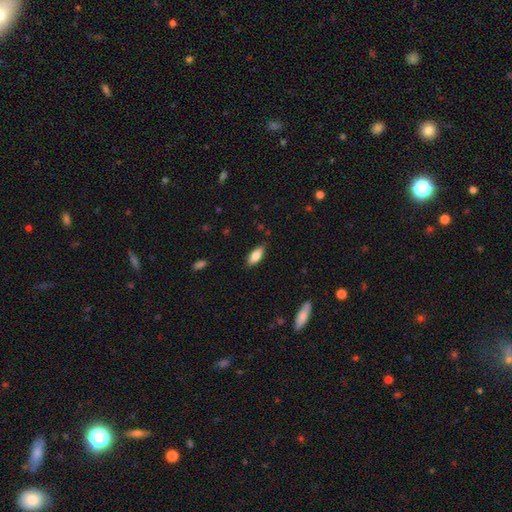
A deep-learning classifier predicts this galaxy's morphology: smooth_or_featured: smooth (p=0.80) [alt: featured or disk p=0.14]
how_rounded: in between (p=0.81) [alt: cigar-shaped p=0.17]
merging: none (p=0.84) [alt: minor disturbance p=0.13]